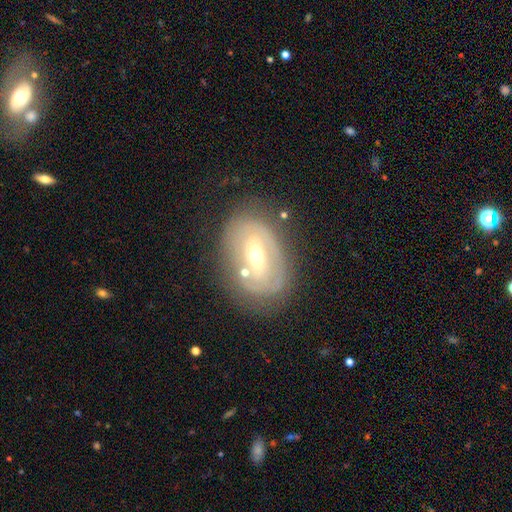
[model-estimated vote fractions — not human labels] smooth_or_featured: featured or disk (p=0.70) [alt: smooth p=0.23]
disk_edge_on: no (p=0.93) [alt: yes p=0.07]
bar: weak (p=0.40) [alt: no p=0.30]
has_spiral_arms: yes (p=0.58) [alt: no p=0.42]
bulge_size: moderate (p=0.61) [alt: small p=0.32]
merging: none (p=0.68) [alt: minor disturbance p=0.19]